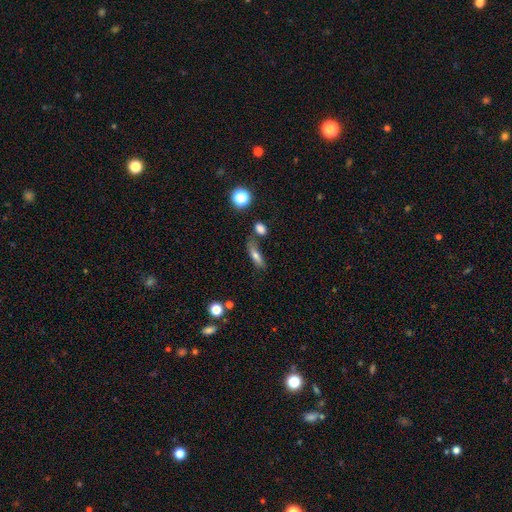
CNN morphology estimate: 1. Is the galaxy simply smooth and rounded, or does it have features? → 68% smooth, 22% featured or disk, 10% star or artifact.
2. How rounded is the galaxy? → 52% cigar-shaped, 43% in between, 5% round.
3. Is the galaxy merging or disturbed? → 59% none, 19% minor disturbance, 14% merger, 8% major disturbance.